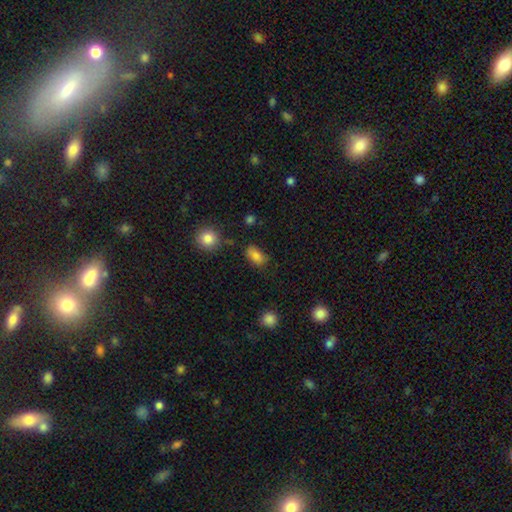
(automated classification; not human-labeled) A smooth galaxy with no disk features (83%) that is in between round and cigar-shaped (87%).

Vote fractions:
- Smooth or featured? smooth: 83% / star or artifact: 11% / featured or disk: 6%
- How rounded? in between: 87% / round: 11% / cigar-shaped: 3%
- Merging? none: 70% / minor disturbance: 21% / major disturbance: 5% / merger: 4%